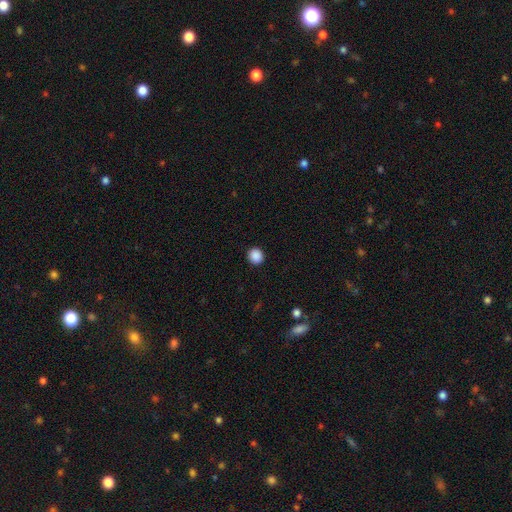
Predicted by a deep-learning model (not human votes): This appears to be a smooth galaxy with no disk features (89%) that is round (91%). Merging: none (93%).